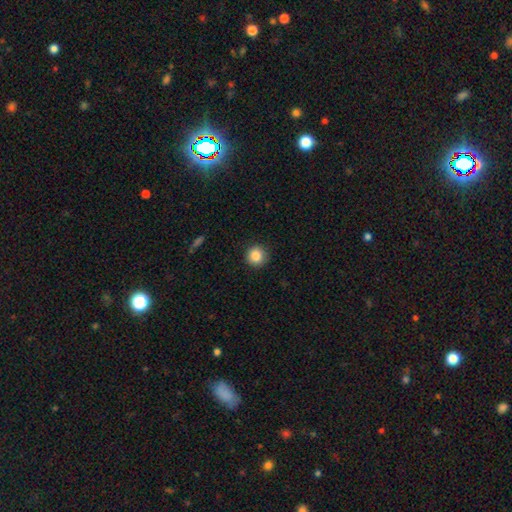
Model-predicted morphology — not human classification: Smooth or featured?
  - smooth: 86% *
  - star or artifact: 9%
  - featured or disk: 4%
How rounded?
  - round: 93% *
  - in between: 6%
  - cigar-shaped: 1%
Merging?
  - none: 89% *
  - minor disturbance: 8%
  - major disturbance: 2%
  - merger: 1%